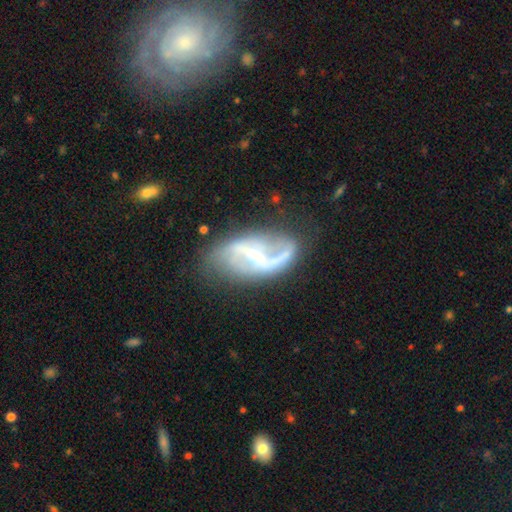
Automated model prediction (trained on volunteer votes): smooth-or-featured: featured or disk: 84% | smooth: 9% | star or artifact: 6%
  disk-edge-on: no: 95% | yes: 5%
    bar: strong: 48% | weak: 39% | no: 13%
    has-spiral-arms: yes: 89% | no: 11%
      spiral-winding: loose: 62% | medium: 29% | tight: 9%
      spiral-arm-count: 2: 79% | 1: 10% | can't tell: 7% | 3: 2% | 4: 1% | more than 4: 1%
    bulge-size: small: 56% | moderate: 35% | none: 5% | large: 2% | dominant: 1%
  merging: none: 60% | minor disturbance: 23% | major disturbance: 15% | merger: 3%